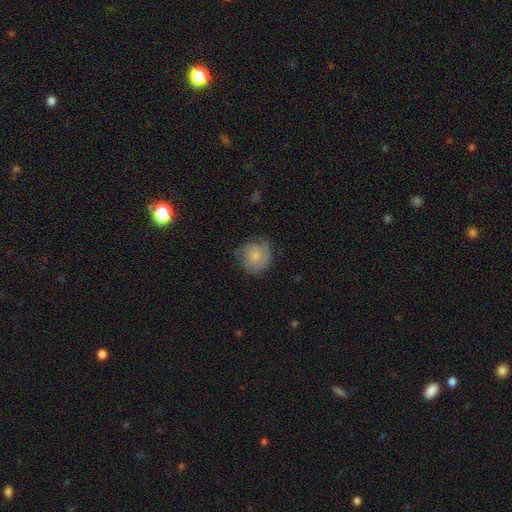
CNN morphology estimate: Smooth or featured: smooth — 54% (featured or disk — 38%)
How rounded: round — 87% (in between — 12%)
Merging: none — 61% (minor disturbance — 28%)